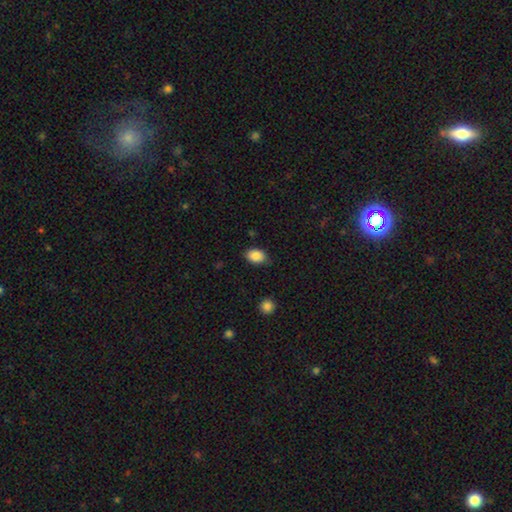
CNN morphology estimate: smooth 88%, star or artifact 8%, featured or disk 4%. Down the decision tree: how rounded — in between (81%); merging — none (80%).